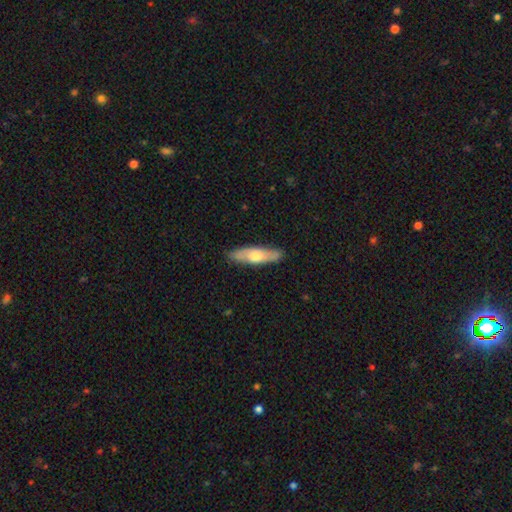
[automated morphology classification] The model was most divided on "smooth or featured": smooth: 56%, featured or disk: 38%, star or artifact: 5%. More confident: merging — none (87%); how rounded — cigar-shaped (67%).